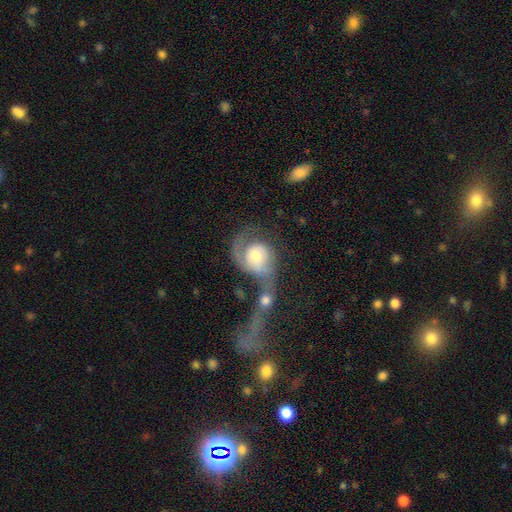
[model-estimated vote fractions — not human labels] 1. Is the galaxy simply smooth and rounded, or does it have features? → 65% featured or disk, 28% smooth, 7% star or artifact.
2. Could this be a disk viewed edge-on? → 97% no, 3% yes.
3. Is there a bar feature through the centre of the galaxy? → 73% no, 22% weak, 5% strong.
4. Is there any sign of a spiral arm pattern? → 85% yes, 15% no.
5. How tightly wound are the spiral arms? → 36% medium (tied), 36% loose (tied), 28% tight.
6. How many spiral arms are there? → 43% 2, 42% 1, 11% can't tell, 2% 3, 1% 4, 1% more than 4.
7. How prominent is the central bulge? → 63% moderate, 19% small, 14% large, 2% none, 2% dominant.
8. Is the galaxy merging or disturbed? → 57% merger, 21% major disturbance, 14% none, 8% minor disturbance.